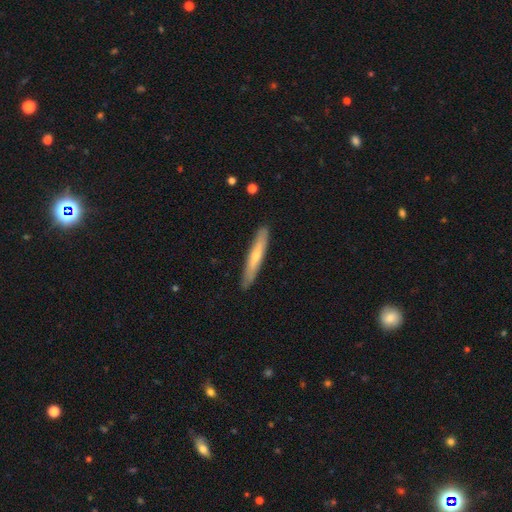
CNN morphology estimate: Smooth or featured?
  - smooth: 52% *
  - featured or disk: 43%
  - star or artifact: 6%
How rounded?
  - cigar-shaped: 93% *
  - in between: 6%
  - round: 1%
Merging?
  - none: 89% *
  - minor disturbance: 9%
  - major disturbance: 1%
  - merger: 1%